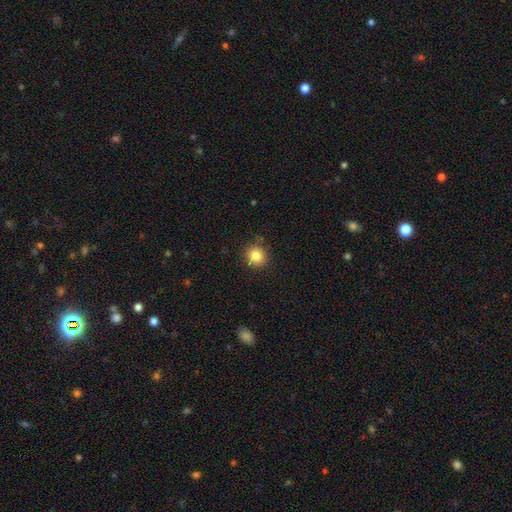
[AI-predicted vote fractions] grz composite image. It shows a smooth galaxy with no disk features (84%) that is round (90%). Merging: none (86%).